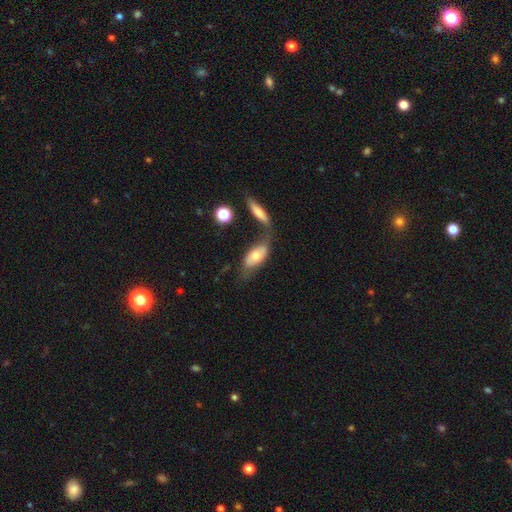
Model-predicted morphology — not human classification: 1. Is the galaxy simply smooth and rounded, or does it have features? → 58% smooth, 35% featured or disk, 7% star or artifact.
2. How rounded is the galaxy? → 84% in between, 12% cigar-shaped, 4% round.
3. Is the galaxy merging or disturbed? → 37% none, 30% merger, 20% minor disturbance, 13% major disturbance.